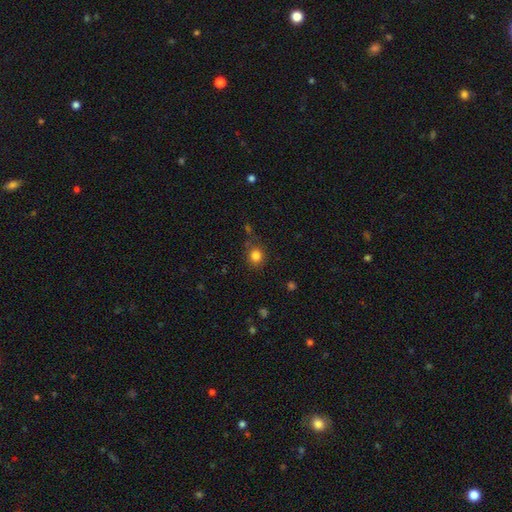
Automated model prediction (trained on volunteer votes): Smooth or featured: smooth — 82% (star or artifact — 12%)
How rounded: round — 83% (in between — 16%)
Merging: none — 78% (minor disturbance — 13%)